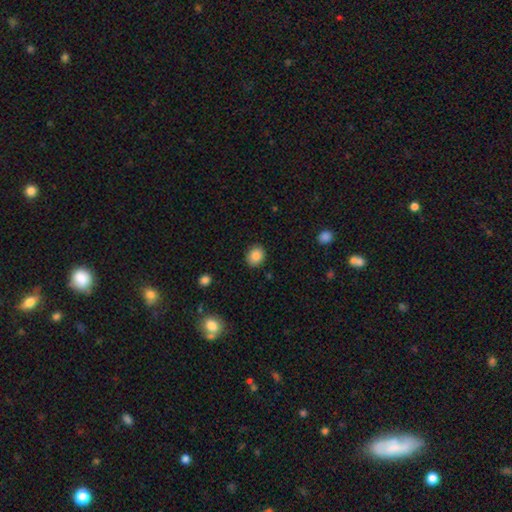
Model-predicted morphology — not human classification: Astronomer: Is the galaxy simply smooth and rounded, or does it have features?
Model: smooth — 86%.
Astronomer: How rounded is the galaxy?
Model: round — 64%.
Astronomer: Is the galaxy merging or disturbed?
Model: none — 89%.